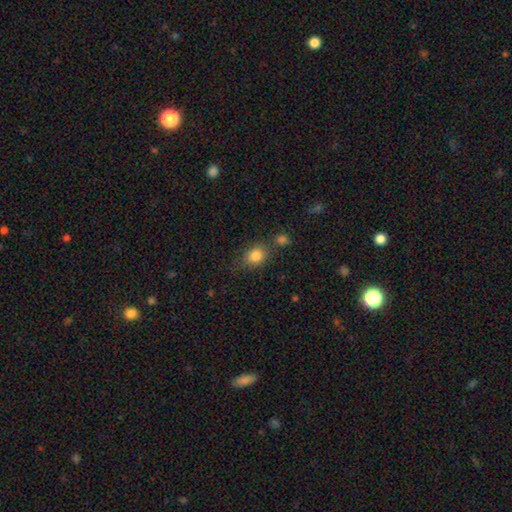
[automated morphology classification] Smooth or featured? smooth (83%)
How rounded? in between (52%)
Merging? none (66%)